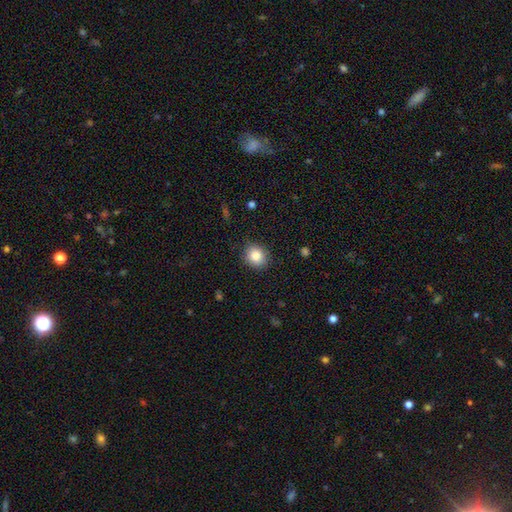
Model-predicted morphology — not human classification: A smooth galaxy with no disk features (84%) that is round (71%). Merging: none (86%).